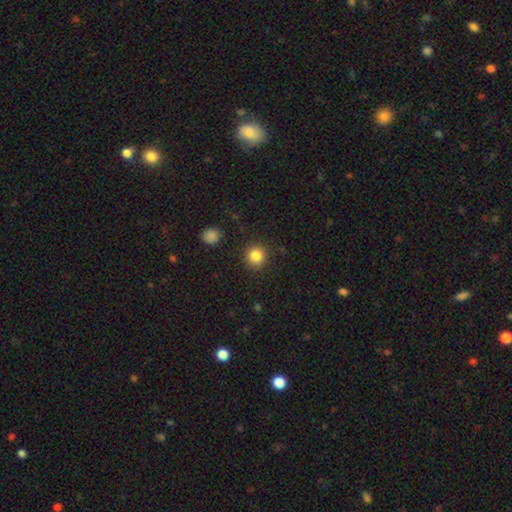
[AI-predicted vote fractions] Smooth or featured? smooth (85%)
How rounded? round (93%)
Merging? none (90%)